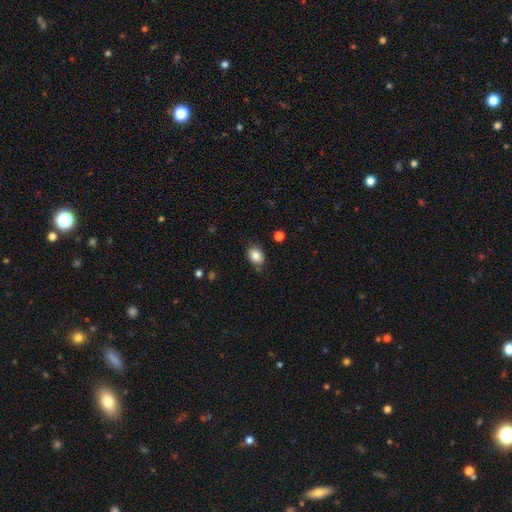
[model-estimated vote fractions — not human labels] smooth_or_featured: smooth (p=0.85) [alt: star or artifact p=0.09]
how_rounded: in between (p=0.63) [alt: round p=0.36]
merging: none (p=0.81) [alt: minor disturbance p=0.14]